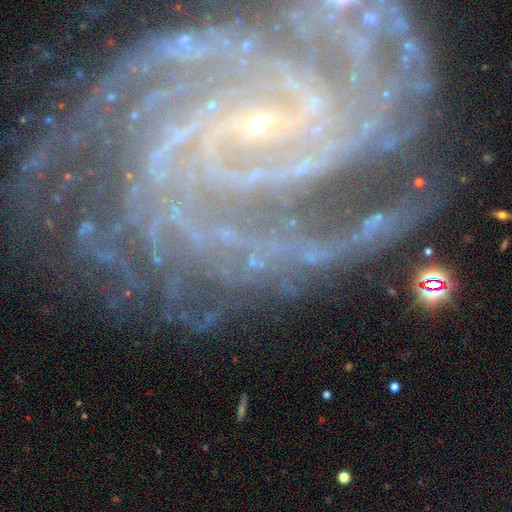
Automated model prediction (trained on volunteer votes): Smooth or featured? featured or disk (85%)
Edge-on disk? no (97%)
Bar? strong (40%)
Spiral arms? yes (98%)
Spiral winding? tight (64%)
Spiral arm count? can't tell (19%, tied with 4)
Bulge size? small (84%)
Merging? none (64%)